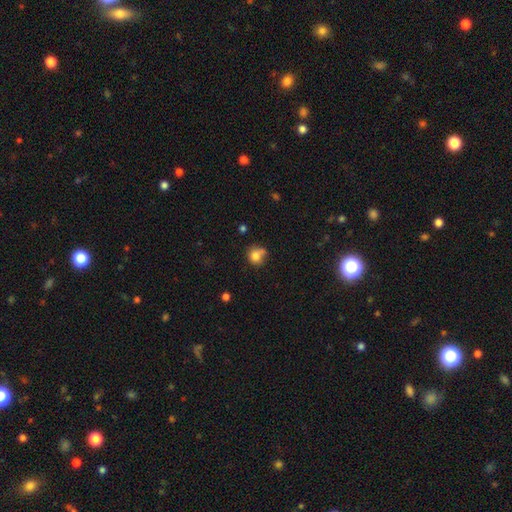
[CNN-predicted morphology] This appears to be a smooth galaxy with no disk features (79%) that is round (77%). Merging: none (49%).